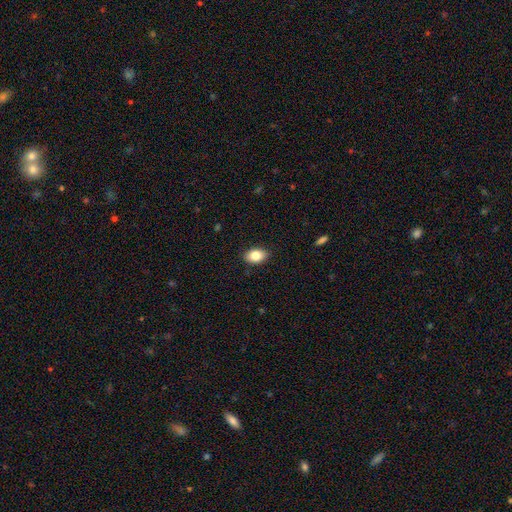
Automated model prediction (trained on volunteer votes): A smooth galaxy with no disk features (83%) that is in between round and cigar-shaped (85%).

Vote fractions:
- Smooth or featured? smooth: 83% / featured or disk: 9% / star or artifact: 8%
- How rounded? in between: 85% / round: 14% / cigar-shaped: 1%
- Merging? none: 87% / minor disturbance: 10% / major disturbance: 2% / merger: 1%